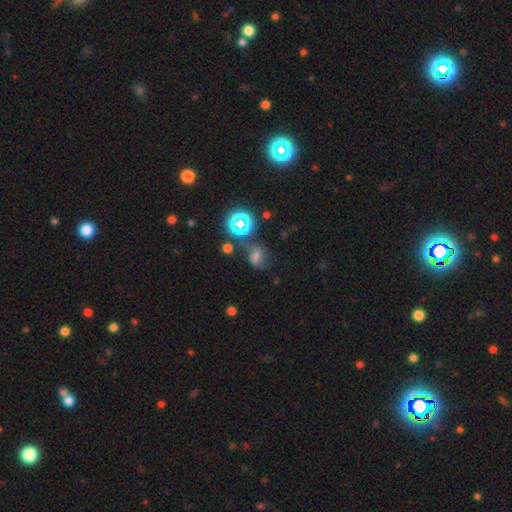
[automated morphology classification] This is marginally a smooth galaxy (39%). Merging: possibly none (48%).